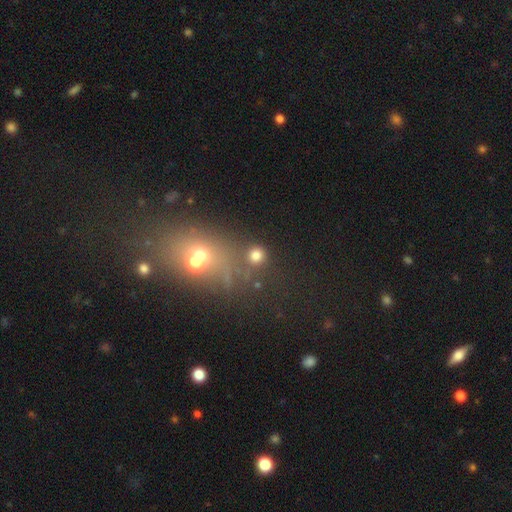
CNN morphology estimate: Smooth or featured? Predicted: smooth (p=0.70). How rounded? Predicted: round (p=0.88). Merging? Predicted: none (p=0.64).